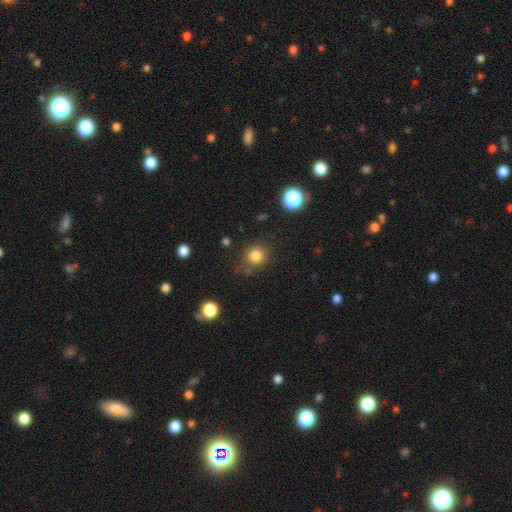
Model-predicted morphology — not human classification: This is clearly a smooth galaxy (82%). How rounded: clearly round (89%). Merging: likely none (79%).